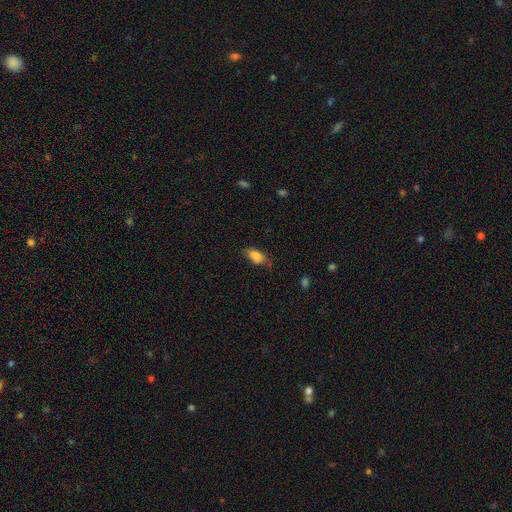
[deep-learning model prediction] smooth-or-featured: smooth: 83% | featured or disk: 9% | star or artifact: 8%
  how-rounded: in between: 88% | cigar-shaped: 8% | round: 4%
  merging: none: 69% | minor disturbance: 23% | major disturbance: 5% | merger: 2%